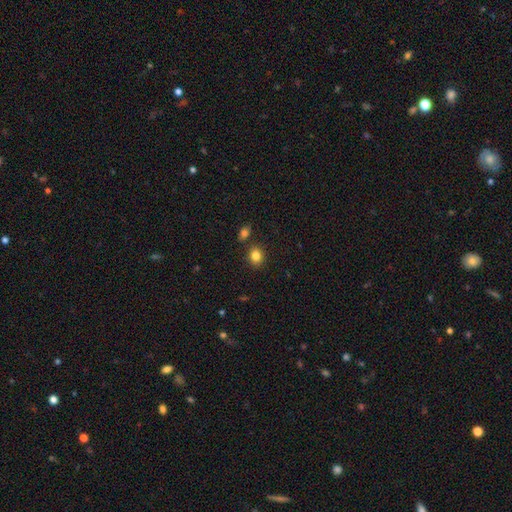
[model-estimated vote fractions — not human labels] Overall: smooth (83%). How rounded: round (63%; in between 36%). Merging: none (81%).